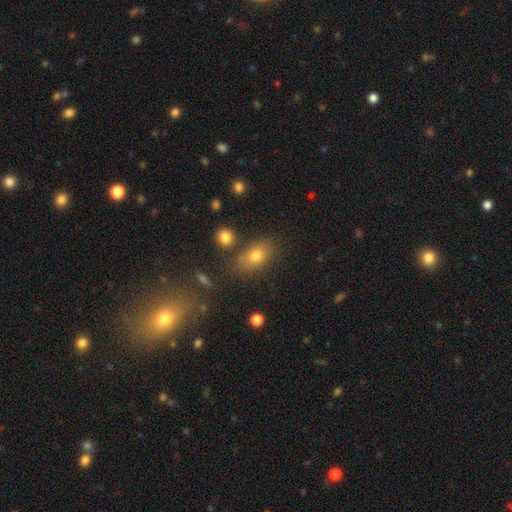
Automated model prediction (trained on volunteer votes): smooth-or-featured: smooth: 75% | featured or disk: 13% | star or artifact: 12%
  how-rounded: in between: 79% | round: 17% | cigar-shaped: 4%
  merging: none: 73% | minor disturbance: 14% | merger: 9% | major disturbance: 5%